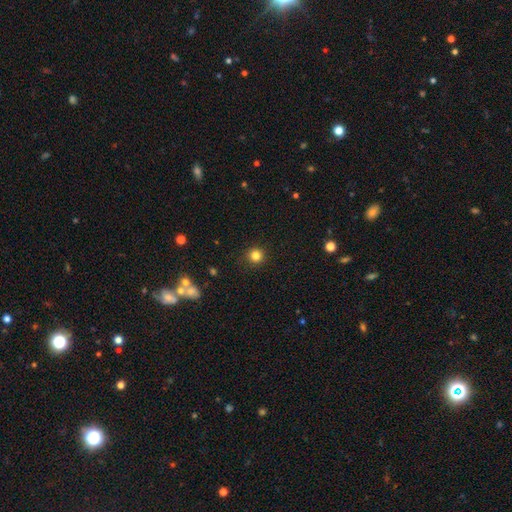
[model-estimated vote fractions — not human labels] Morphology: type=smooth (82%); roundness=round (94%); merging=none (89%).